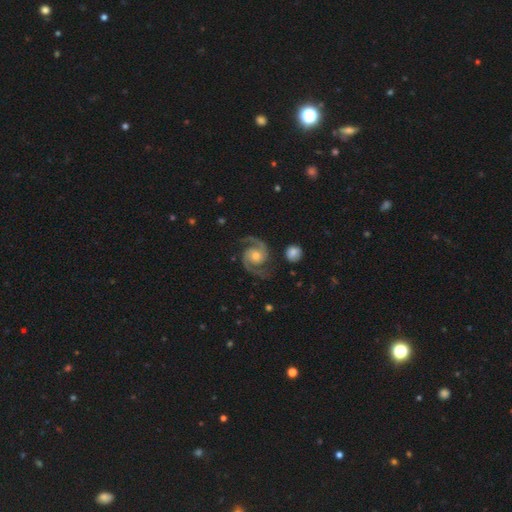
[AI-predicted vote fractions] This appears to be a featured or disk galaxy (93%) with no bar (68%), 2 (94%) medium (62%) spiral arms (99%) and a moderate central bulge (56%). Merging: none (83%).